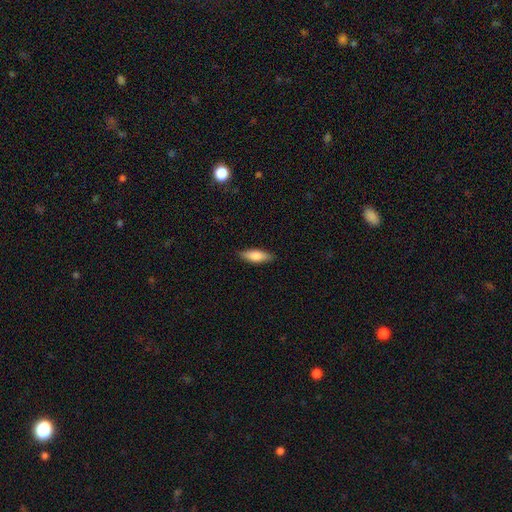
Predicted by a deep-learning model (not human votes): smooth_or_featured: smooth (p=0.78) [alt: featured or disk p=0.16]
how_rounded: in between (p=0.60) [alt: cigar-shaped p=0.38]
merging: none (p=0.87) [alt: minor disturbance p=0.10]